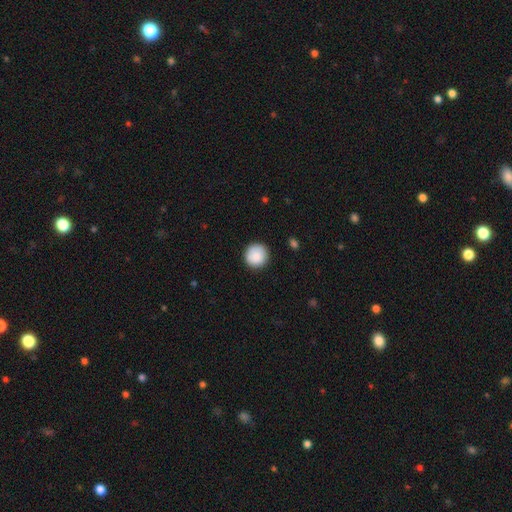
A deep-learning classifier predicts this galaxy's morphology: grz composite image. It shows a smooth galaxy with no disk features (88%) that is round (95%). Merging: none (89%).